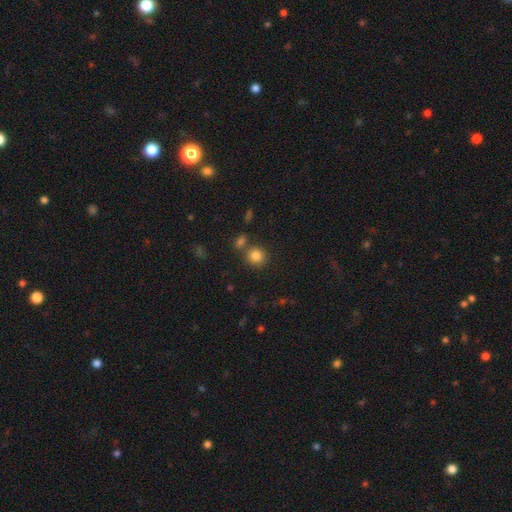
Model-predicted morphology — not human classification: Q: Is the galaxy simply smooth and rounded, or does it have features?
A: smooth — 83%.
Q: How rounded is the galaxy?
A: round — 86%.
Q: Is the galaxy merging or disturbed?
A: none — 74%.